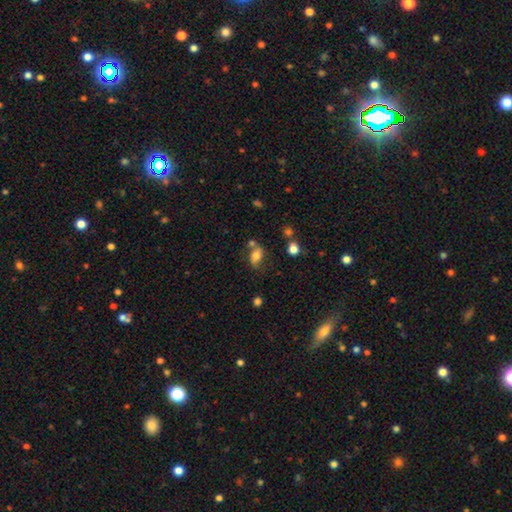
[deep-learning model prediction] This appears to be a smooth galaxy with no disk features (62%) that is in between round and cigar-shaped (77%). Merging: none (49%).